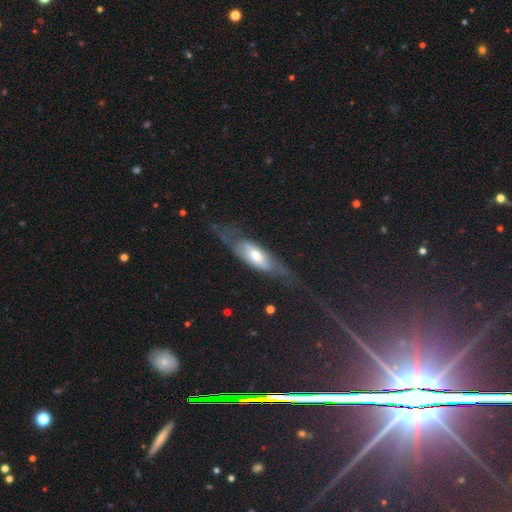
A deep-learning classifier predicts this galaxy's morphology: The model was most divided on "edge-on disk": no: 58%, yes: 42%. More confident: smooth or featured — featured or disk (58%); merging — none (50%).